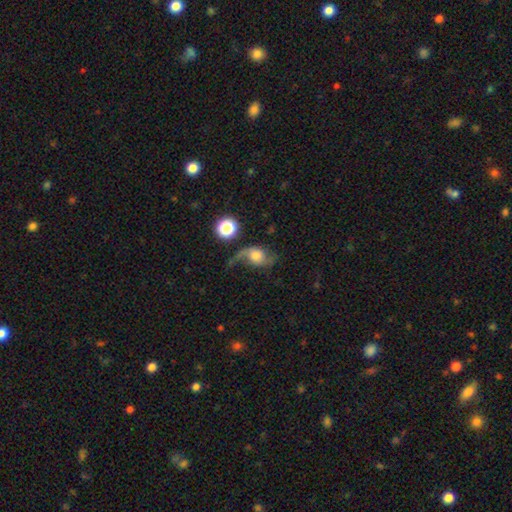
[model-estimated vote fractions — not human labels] This appears to be a featured or disk galaxy (47%). Merging: major disturbance (39%).